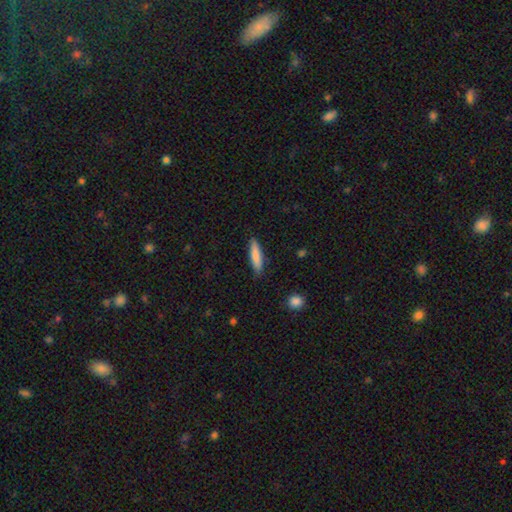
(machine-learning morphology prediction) A smooth galaxy with no disk features (82%) that is cigar-shaped (79%). Merging: none (85%).